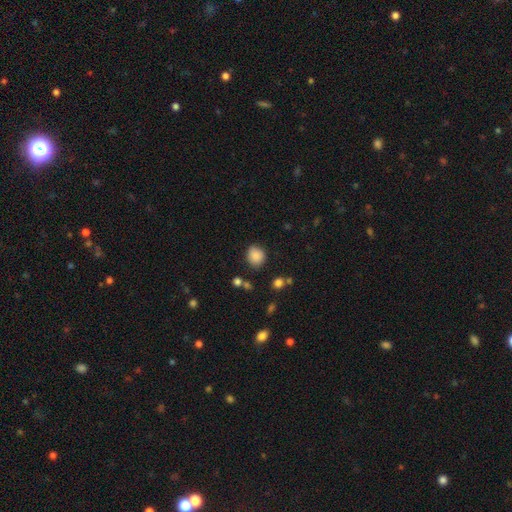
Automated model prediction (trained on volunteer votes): Q: Smooth or featured?
A: smooth (86%); runner-up: star or artifact (10%)
Q: How rounded?
A: round (76%); runner-up: in between (23%)
Q: Merging?
A: none (82%); runner-up: minor disturbance (12%)